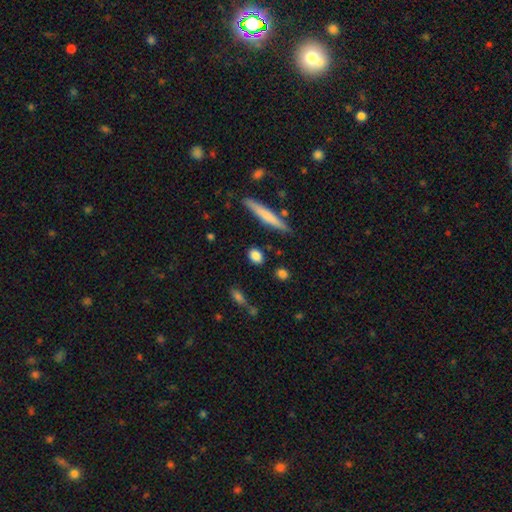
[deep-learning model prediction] This is clearly a smooth galaxy (83%). How rounded: possibly in between (54%). Merging: clearly none (84%).